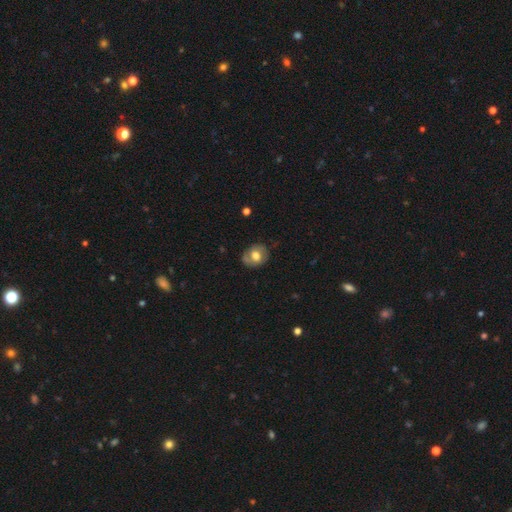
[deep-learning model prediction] smooth_or_featured: smooth (p=0.56) [alt: featured or disk p=0.36]
how_rounded: round (p=0.55) [alt: in between p=0.44]
merging: none (p=0.71) [alt: minor disturbance p=0.21]